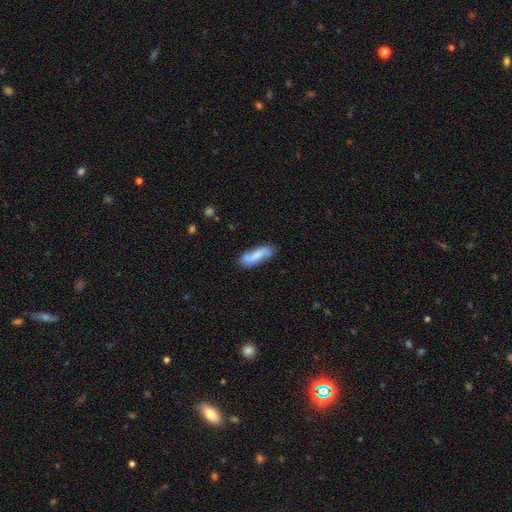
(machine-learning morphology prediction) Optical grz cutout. It shows a smooth galaxy with no disk features (58%) that is in between round and cigar-shaped (50%). Merging: none (74%).